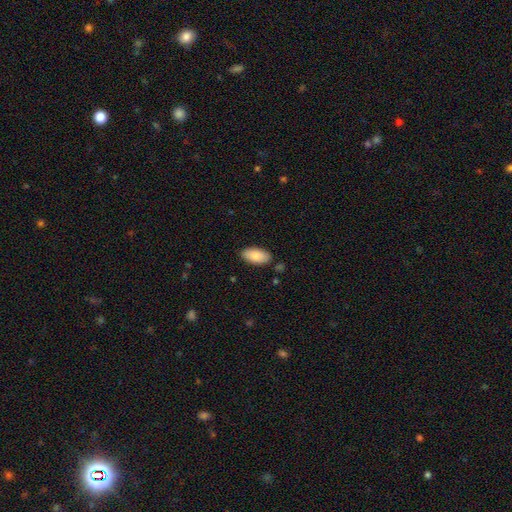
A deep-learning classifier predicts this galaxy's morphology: The model was most divided on "merging": none: 85%, minor disturbance: 11%, major disturbance: 2%, merger: 2%. More confident: how rounded — in between (94%); smooth or featured — smooth (85%).